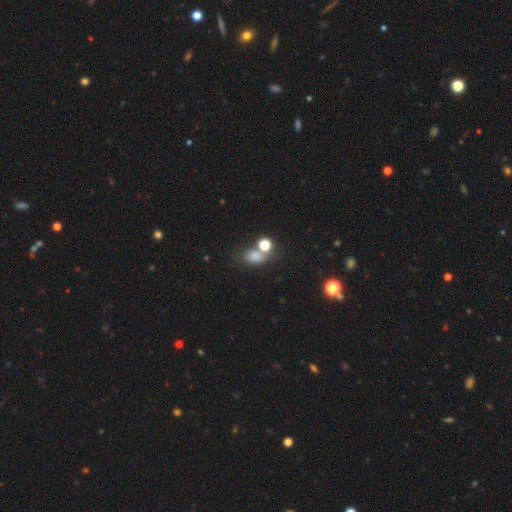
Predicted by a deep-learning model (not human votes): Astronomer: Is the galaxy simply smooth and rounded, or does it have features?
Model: smooth — 73%.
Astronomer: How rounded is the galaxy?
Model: in between — 63%.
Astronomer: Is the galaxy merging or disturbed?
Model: none — 45% (runner-up: merger, 32%).